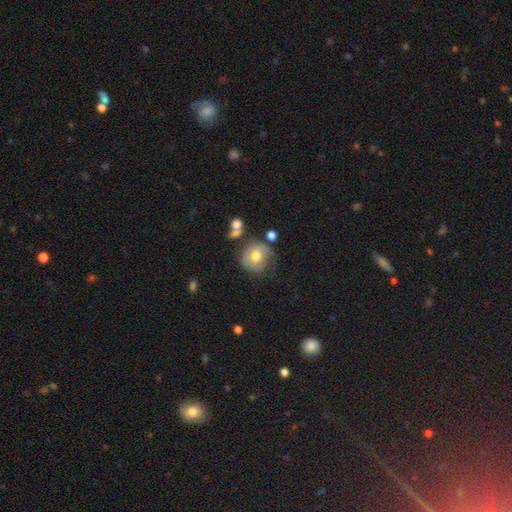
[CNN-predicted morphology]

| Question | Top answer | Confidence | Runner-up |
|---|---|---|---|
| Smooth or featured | smooth | 48% | star or artifact (40%) |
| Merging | none | 70% | merger (12%) |